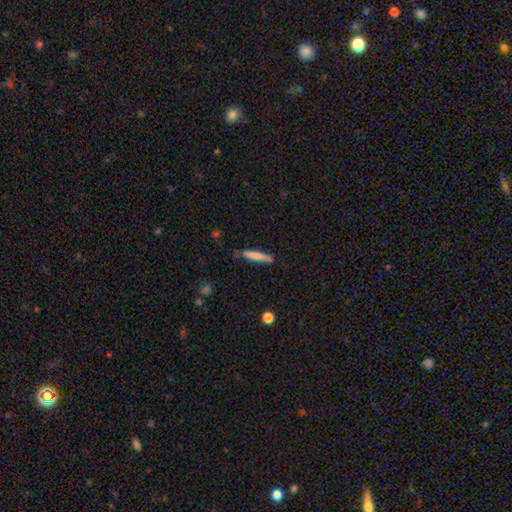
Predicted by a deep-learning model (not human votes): Overall: smooth (77%). How rounded: cigar-shaped (91%). Merging: none (74%).